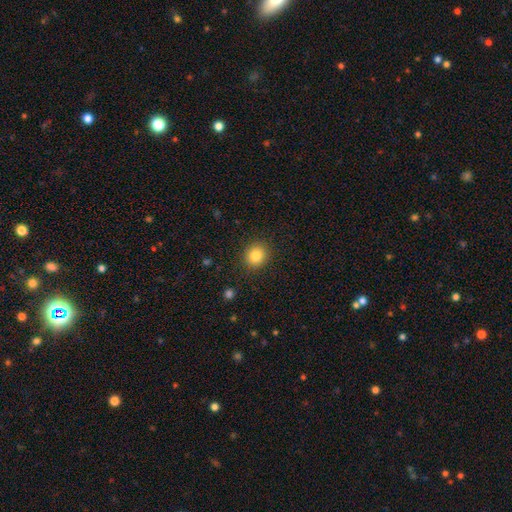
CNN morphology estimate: A smooth galaxy with no disk features (84%) that is round (79%).

Vote fractions:
- Smooth or featured? smooth: 84% / star or artifact: 10% / featured or disk: 6%
- How rounded? round: 79% / in between: 20% / cigar-shaped: 1%
- Merging? none: 89% / minor disturbance: 7% / major disturbance: 3% / merger: 1%